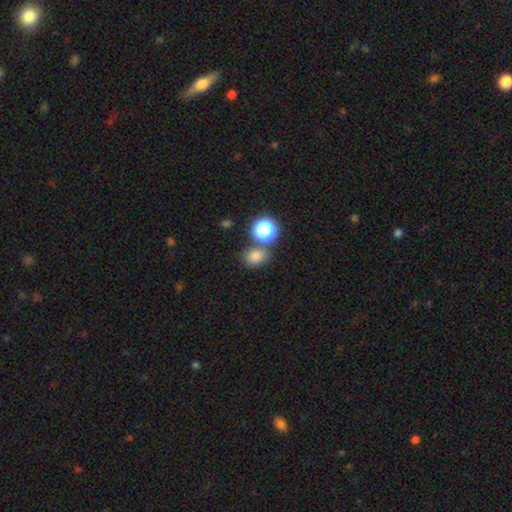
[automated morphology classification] Q: Smooth or featured?
A: smooth (77%); runner-up: star or artifact (18%)
Q: How rounded?
A: in between (50%); runner-up: round (49%)
Q: Merging?
A: none (70%); runner-up: merger (16%)